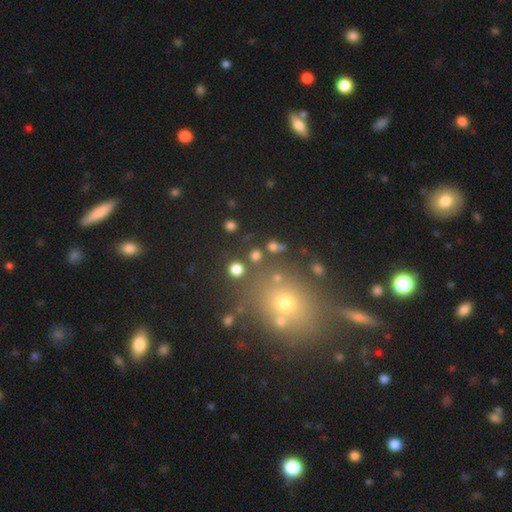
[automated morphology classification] Smooth or featured? Predicted: smooth (p=0.74). How rounded? Predicted: round (p=0.85). Merging? Predicted: none (p=0.79).